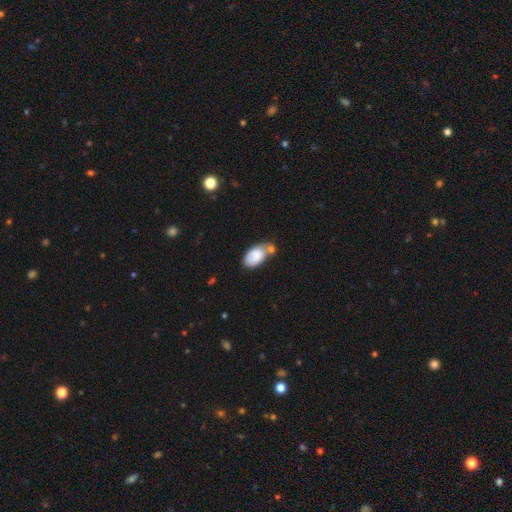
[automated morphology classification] Smooth or featured? Predicted: smooth (p=0.81). How rounded? Predicted: in between (p=0.94). Merging? Predicted: merger (p=0.35, tied with none).